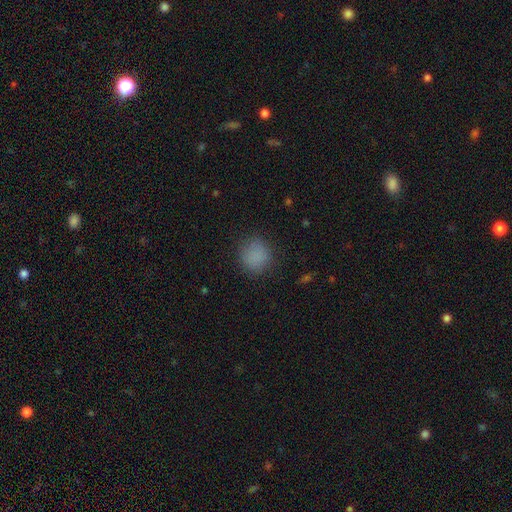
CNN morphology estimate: smooth 84%, star or artifact 11%, featured or disk 5%. Down the decision tree: how rounded — round (81%); merging — none (81%).